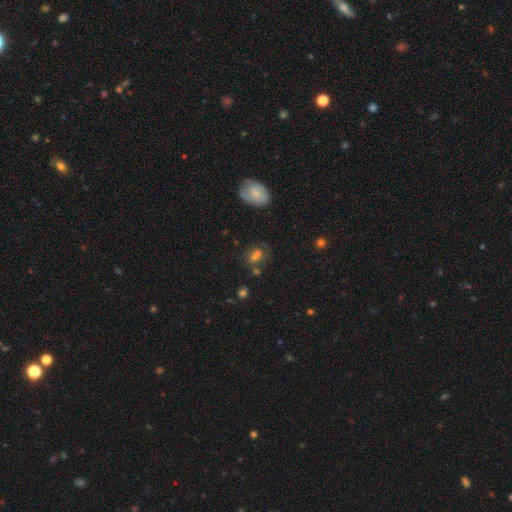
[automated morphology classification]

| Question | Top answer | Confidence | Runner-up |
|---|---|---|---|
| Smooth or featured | smooth | 57% | star or artifact (23%) |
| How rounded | in between | 61% | round (36%) |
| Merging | none | 57% | minor disturbance (19%) |